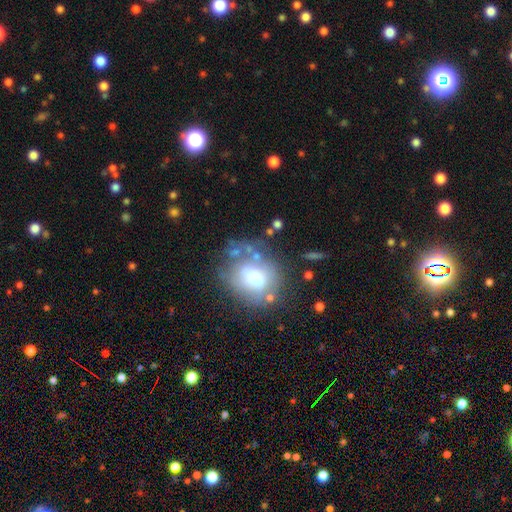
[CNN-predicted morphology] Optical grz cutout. It shows a smooth galaxy with no disk features (54%) that is round (66%). Merging: none (51%).